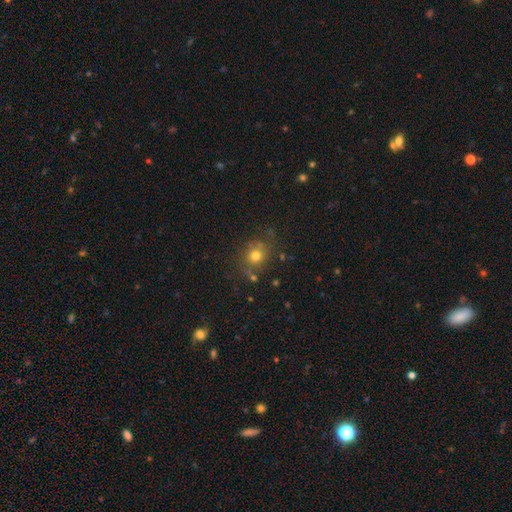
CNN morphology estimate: Smooth or featured?
  - smooth: 72% *
  - star or artifact: 15%
  - featured or disk: 13%
How rounded?
  - round: 79% *
  - in between: 20%
  - cigar-shaped: 1%
Merging?
  - none: 71% *
  - minor disturbance: 17%
  - major disturbance: 7%
  - merger: 6%